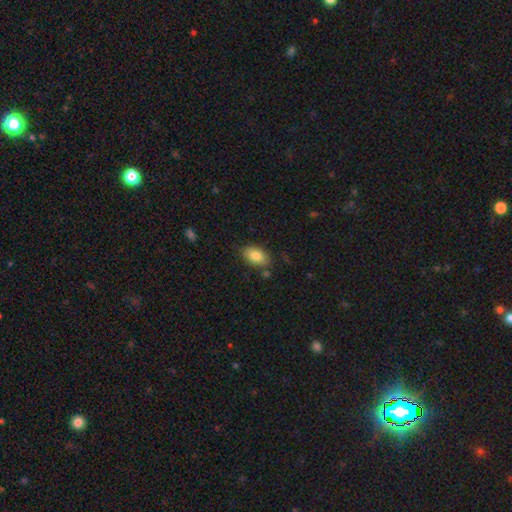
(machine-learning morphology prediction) Smooth or featured: smooth — 83% (featured or disk — 9%)
How rounded: in between — 90% (round — 8%)
Merging: none — 77% (minor disturbance — 15%)